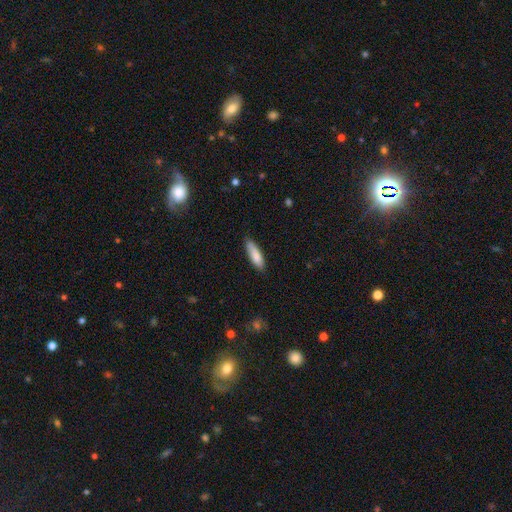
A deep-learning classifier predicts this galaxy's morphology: Overall: smooth (83%). How rounded: cigar-shaped (62%; in between 36%). Merging: none (80%).